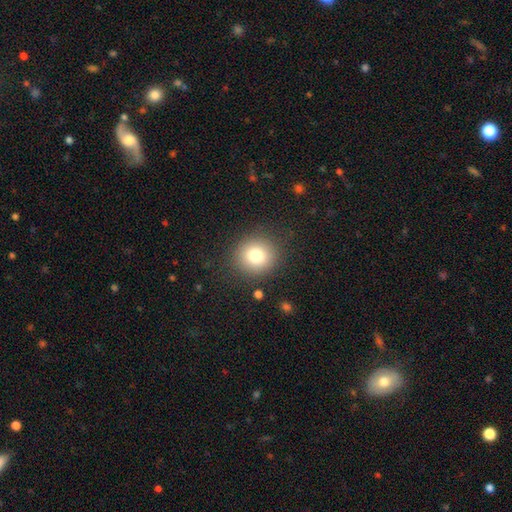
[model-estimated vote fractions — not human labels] Smooth or featured?
  - smooth: 78% *
  - star or artifact: 12%
  - featured or disk: 10%
How rounded?
  - round: 91% *
  - in between: 9%
  - cigar-shaped: 1%
Merging?
  - none: 88% *
  - minor disturbance: 7%
  - major disturbance: 3%
  - merger: 2%